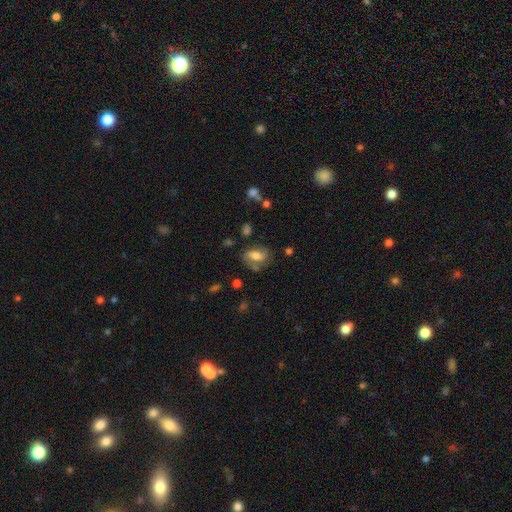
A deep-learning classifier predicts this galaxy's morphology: Smooth or featured? Predicted: smooth (p=0.49). Merging? Predicted: none (p=0.60).